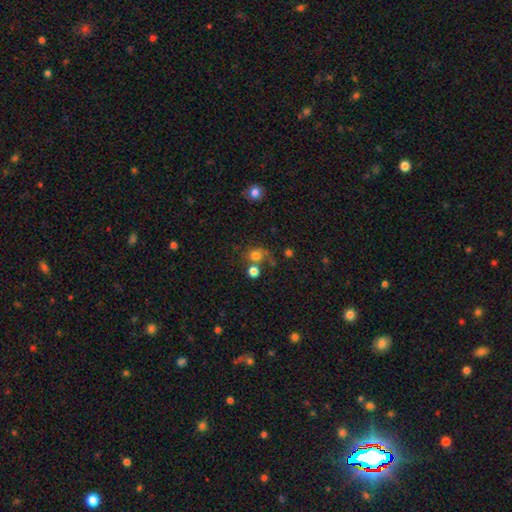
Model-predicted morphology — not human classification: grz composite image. It shows a smooth galaxy with no disk features (75%) that is round (80%). Merging: none (50%).